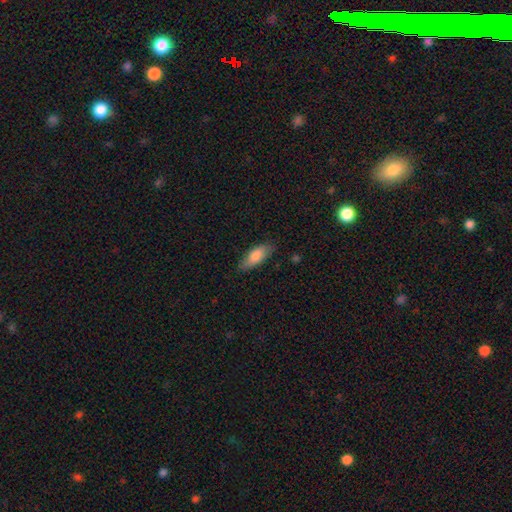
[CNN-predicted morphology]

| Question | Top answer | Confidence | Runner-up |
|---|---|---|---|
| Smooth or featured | smooth | 81% | featured or disk (13%) |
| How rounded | in between | 75% | cigar-shaped (23%) |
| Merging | none | 80% | minor disturbance (16%) |